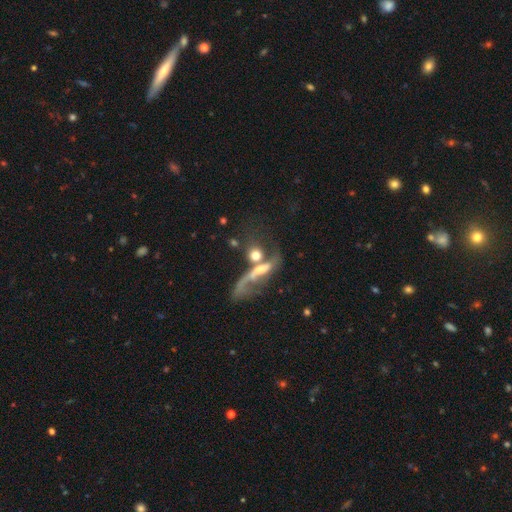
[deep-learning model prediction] Smooth or featured? Predicted: featured or disk (p=0.45). Merging? Predicted: merger (p=0.52).